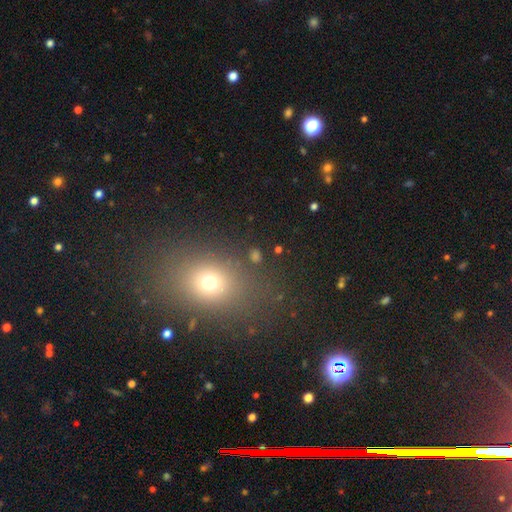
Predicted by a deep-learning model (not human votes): Smooth or featured? Predicted: smooth (p=0.61). How rounded? Predicted: round (p=0.56). Merging? Predicted: none (p=0.79).